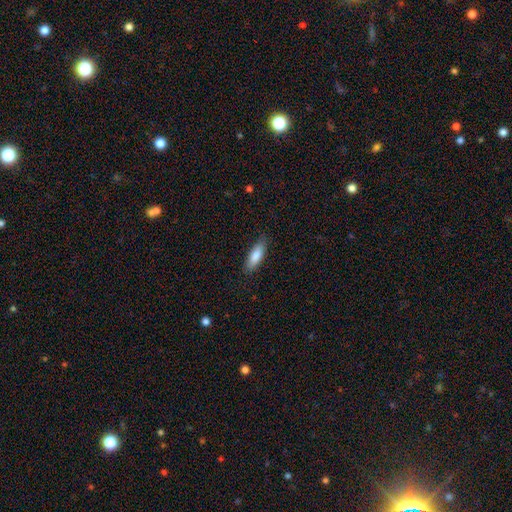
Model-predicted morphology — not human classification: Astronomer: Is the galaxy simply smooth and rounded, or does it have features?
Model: smooth — 82%.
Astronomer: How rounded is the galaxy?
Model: in between — 53% (runner-up: cigar-shaped, 45%).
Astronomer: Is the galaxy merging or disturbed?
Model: none — 83%.